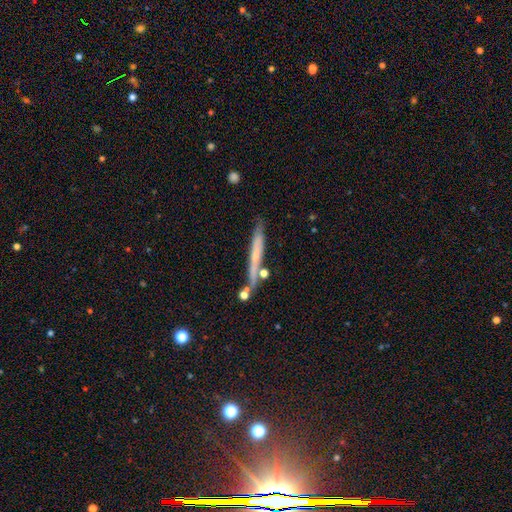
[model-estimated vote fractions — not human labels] A featured or disk galaxy (46%). Merging: none (74%).